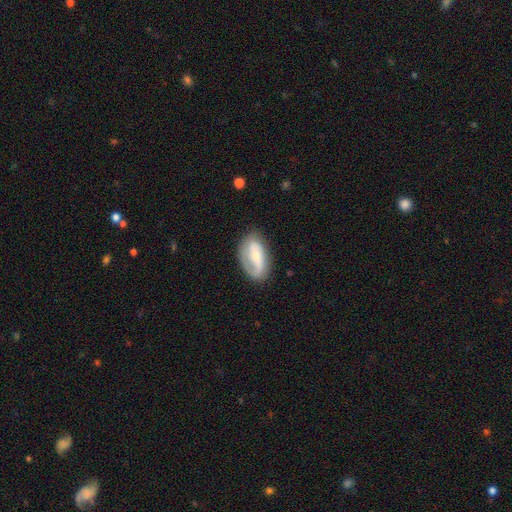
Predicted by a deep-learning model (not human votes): Overall: featured or disk (66%; smooth 28%). Edge-on disk: no (94%). Bar: no (40%; weak 36%). Spiral arms: yes (86%). Spiral arm count: 2 (56%; 1 32%). Spiral winding: medium (39%; loose 34%). Bulge size: small (58%; moderate 33%). Merging: none (70%).